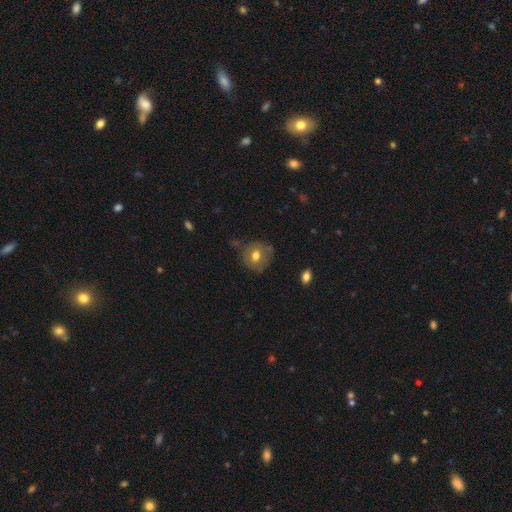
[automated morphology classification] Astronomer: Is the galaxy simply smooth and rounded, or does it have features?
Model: smooth — 69%.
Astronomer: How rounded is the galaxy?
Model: round — 81%.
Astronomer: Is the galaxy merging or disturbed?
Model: none — 67%.